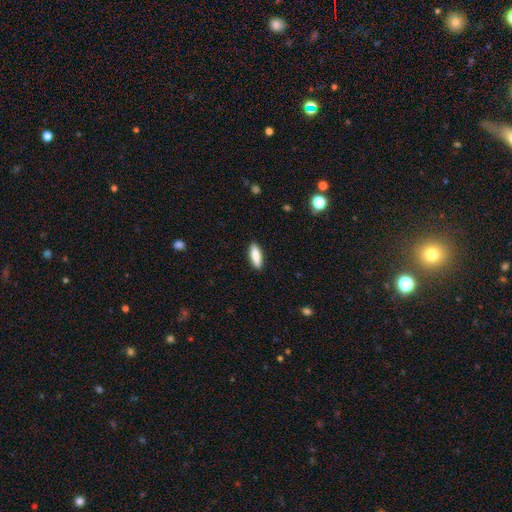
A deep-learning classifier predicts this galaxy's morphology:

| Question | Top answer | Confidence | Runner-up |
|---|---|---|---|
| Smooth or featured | smooth | 84% | featured or disk (10%) |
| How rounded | in between | 52% | cigar-shaped (46%) |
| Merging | none | 89% | minor disturbance (8%) |